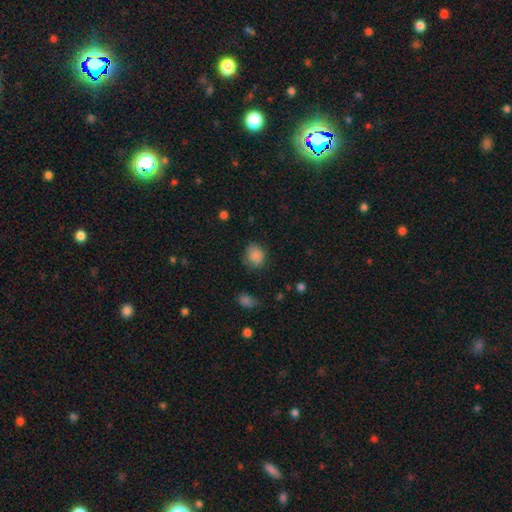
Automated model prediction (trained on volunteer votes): smooth 84%, star or artifact 10%, featured or disk 6%. Down the decision tree: how rounded — round (63%); merging — none (68%).